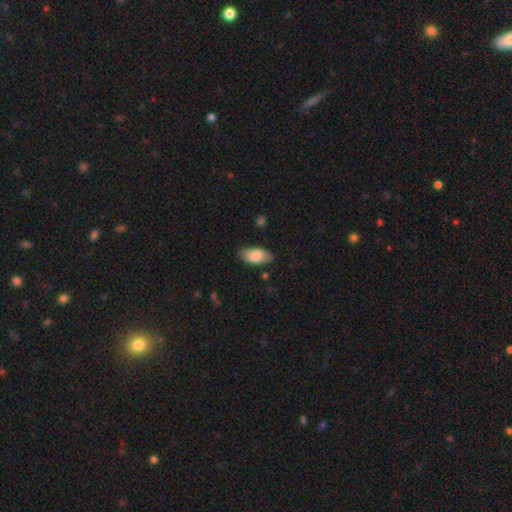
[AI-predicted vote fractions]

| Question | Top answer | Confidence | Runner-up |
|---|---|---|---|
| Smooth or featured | smooth | 83% | featured or disk (11%) |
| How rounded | in between | 93% | cigar-shaped (4%) |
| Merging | none | 82% | minor disturbance (14%) |